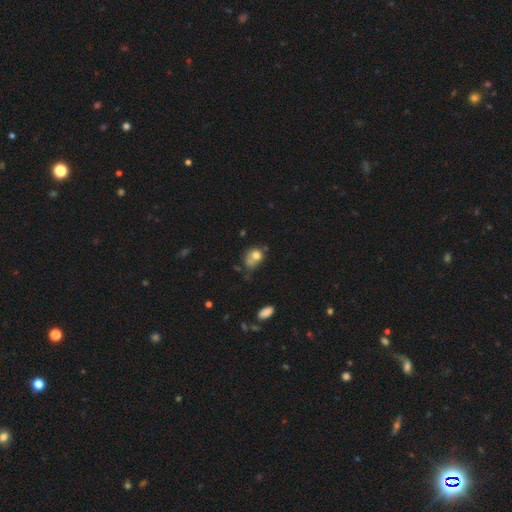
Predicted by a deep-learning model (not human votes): Morphology: type=smooth (72%); roundness=round (57%); merging=none (34%).